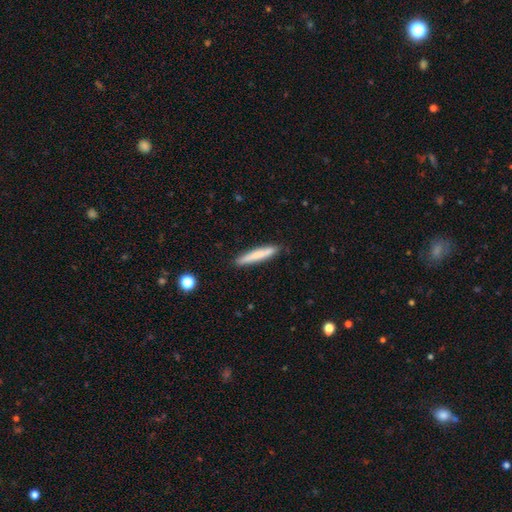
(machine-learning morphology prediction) Q: Smooth or featured?
A: smooth (74%); runner-up: featured or disk (20%)
Q: How rounded?
A: cigar-shaped (93%); runner-up: in between (5%)
Q: Merging?
A: none (87%); runner-up: minor disturbance (10%)